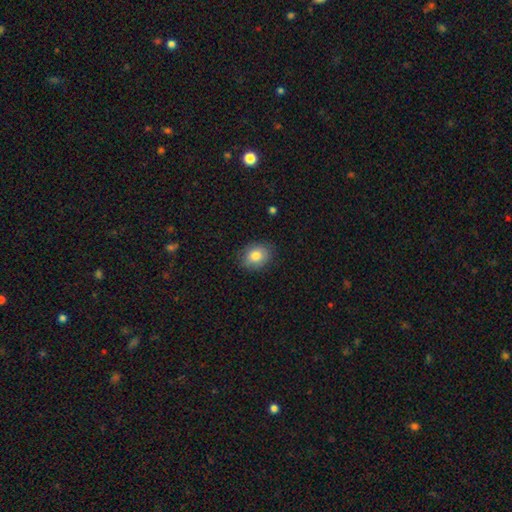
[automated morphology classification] Smooth or featured? smooth (82%)
How rounded? in between (57%)
Merging? none (85%)